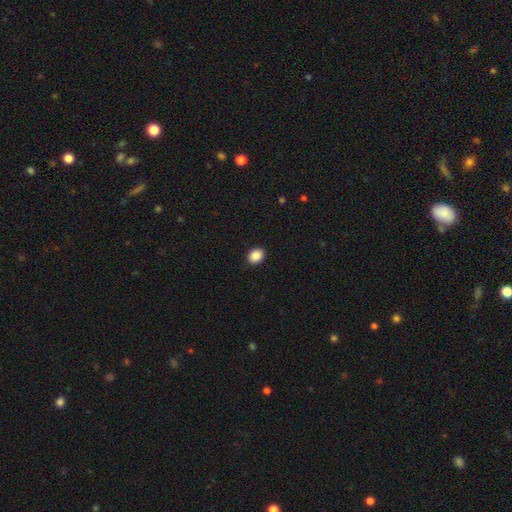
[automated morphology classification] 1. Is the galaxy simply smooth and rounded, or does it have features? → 89% smooth, 8% star or artifact, 3% featured or disk.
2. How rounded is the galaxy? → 59% in between, 41% round, 1% cigar-shaped.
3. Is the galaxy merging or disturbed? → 91% none, 7% minor disturbance, 2% major disturbance, 1% merger.